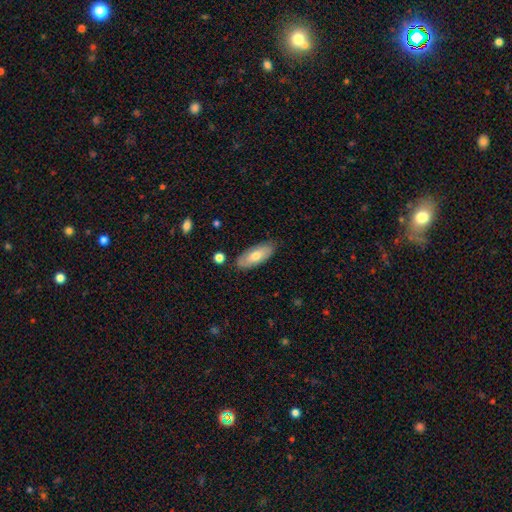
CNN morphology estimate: Smooth or featured? smooth (68%)
How rounded? in between (79%)
Merging? none (84%)